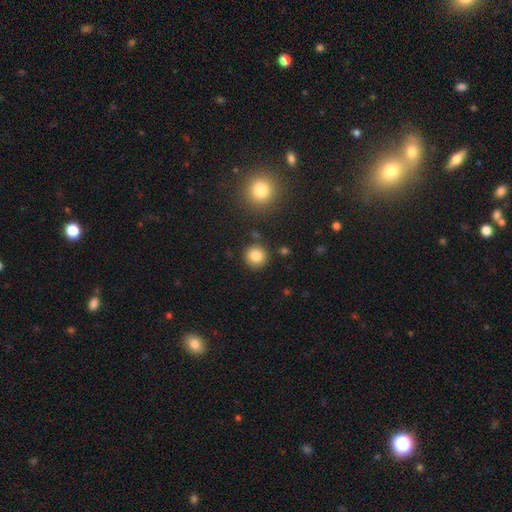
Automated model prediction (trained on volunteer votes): Smooth or featured?
  - smooth: 84% *
  - star or artifact: 10%
  - featured or disk: 6%
How rounded?
  - round: 92% *
  - in between: 7%
  - cigar-shaped: 1%
Merging?
  - none: 87% *
  - minor disturbance: 7%
  - merger: 4%
  - major disturbance: 3%